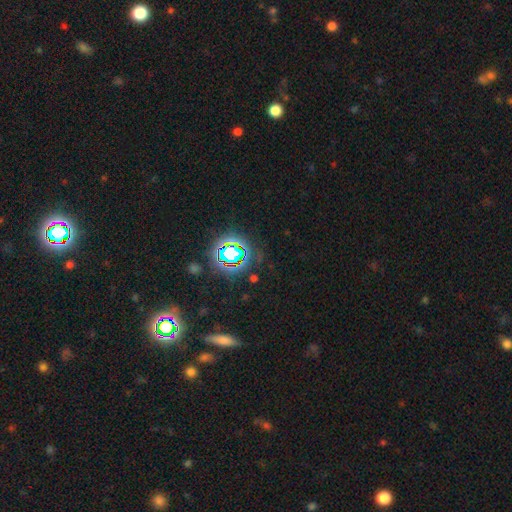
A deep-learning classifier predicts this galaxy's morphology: A star or artifact, not a galaxy (76%).

Vote fractions:
- Smooth or featured? star or artifact: 76% / smooth: 16% / featured or disk: 8%